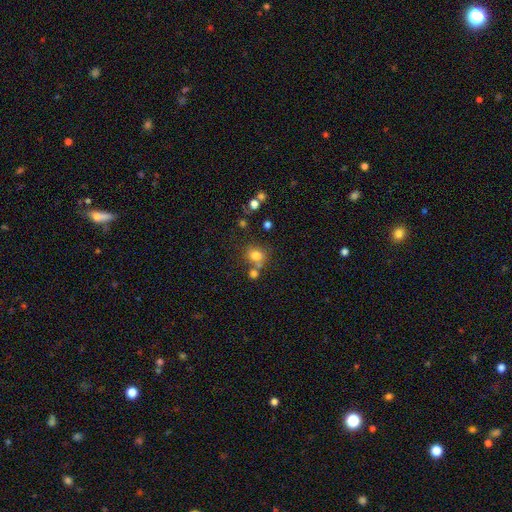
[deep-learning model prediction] smooth_or_featured: smooth (p=0.75) [alt: star or artifact p=0.15]
how_rounded: round (p=0.56) [alt: in between p=0.43]
merging: none (p=0.51) [alt: merger p=0.29]